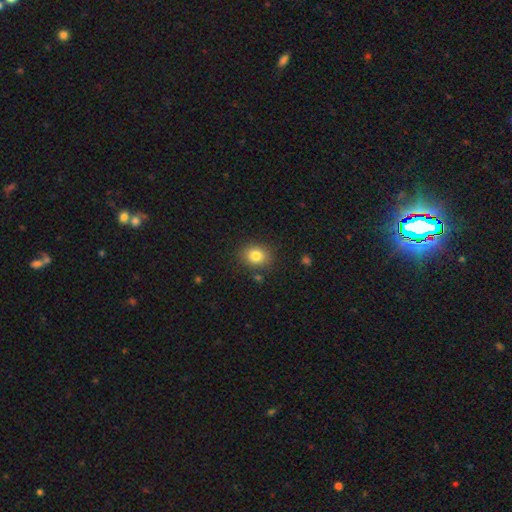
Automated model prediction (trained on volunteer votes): A smooth galaxy with no disk features (82%) that is round (57%).

Vote fractions:
- Smooth or featured? smooth: 82% / star or artifact: 10% / featured or disk: 7%
- How rounded? round: 57% / in between: 42% / cigar-shaped: 1%
- Merging? none: 84% / minor disturbance: 10% / major disturbance: 3% / merger: 3%